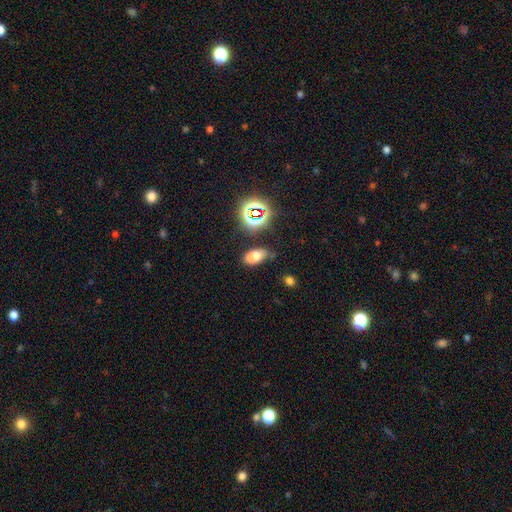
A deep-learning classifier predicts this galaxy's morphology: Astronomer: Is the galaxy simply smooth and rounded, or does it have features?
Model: smooth — 66%.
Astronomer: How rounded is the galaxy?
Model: in between — 84%.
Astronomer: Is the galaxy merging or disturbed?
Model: none — 45% (runner-up: merger, 24%).